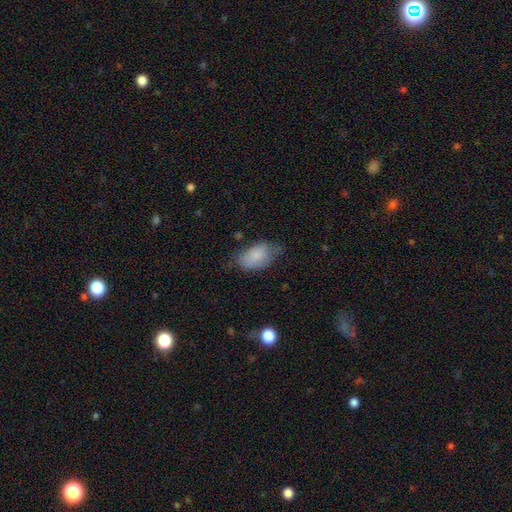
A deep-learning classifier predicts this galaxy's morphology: A smooth galaxy with no disk features (82%) that is in between round and cigar-shaped (92%). Merging: none (51%).